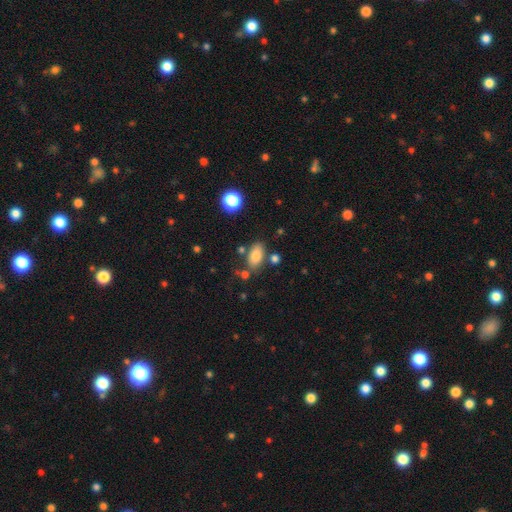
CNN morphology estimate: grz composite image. It shows a smooth galaxy with no disk features (80%) that is in between round and cigar-shaped (90%). Merging: none (74%).